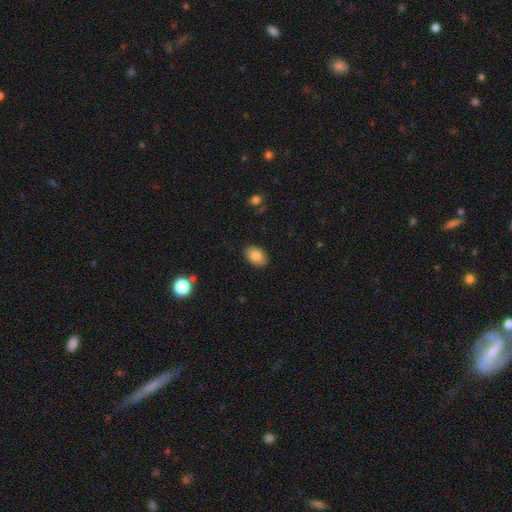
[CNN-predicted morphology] This appears to be a smooth galaxy with no disk features (84%) that is in between round and cigar-shaped (88%). Merging: none (87%).